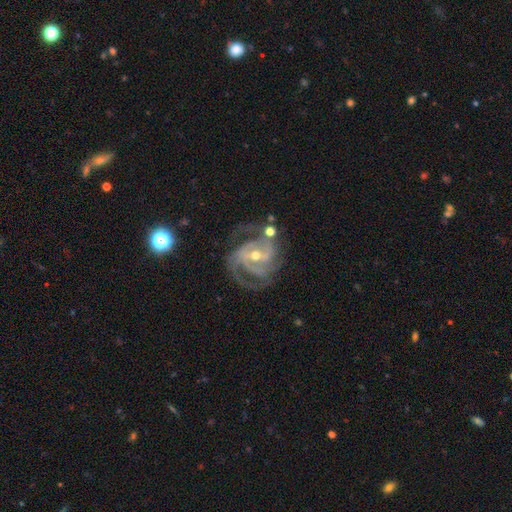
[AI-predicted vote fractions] The model was most divided on "spiral winding": medium: 46%, tight: 44%, loose: 10%. Remaining: edge-on disk — no (97%); spiral arms — yes (97%); smooth or featured — featured or disk (91%); merging — none (63%); bulge size — moderate (50%); bar — weak (42%); spiral arm count — 3 (40%).